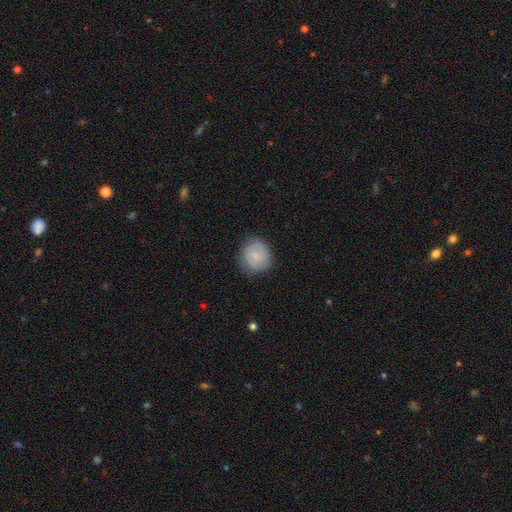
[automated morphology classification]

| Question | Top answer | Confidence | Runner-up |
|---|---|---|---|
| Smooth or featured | smooth | 73% | featured or disk (20%) |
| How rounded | round | 84% | in between (15%) |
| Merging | none | 79% | minor disturbance (16%) |